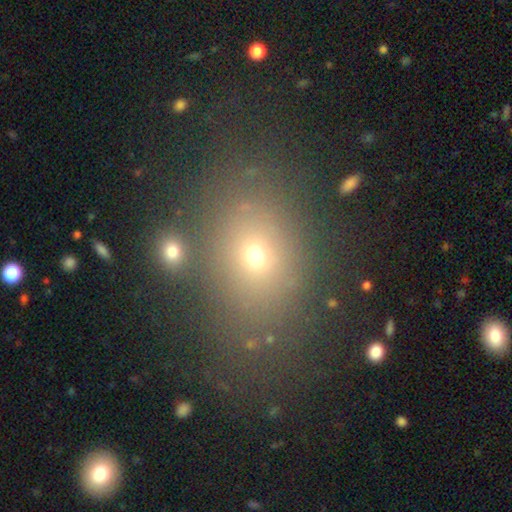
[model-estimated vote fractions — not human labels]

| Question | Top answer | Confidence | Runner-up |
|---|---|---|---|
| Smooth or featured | smooth | 62% | star or artifact (24%) |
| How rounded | in between | 58% | round (40%) |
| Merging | none | 75% | minor disturbance (13%) |